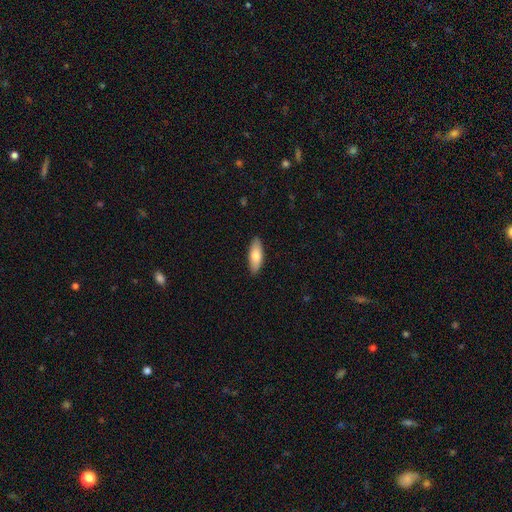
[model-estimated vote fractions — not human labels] smooth 75%, featured or disk 20%, star or artifact 6%. Down the decision tree: how rounded — in between (77%); merging — none (89%).